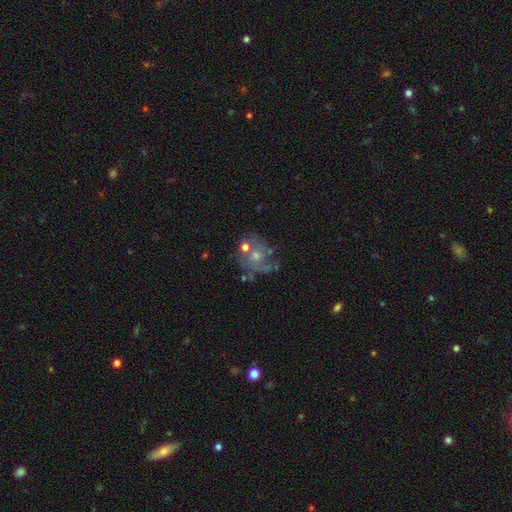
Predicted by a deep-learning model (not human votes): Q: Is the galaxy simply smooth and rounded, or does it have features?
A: featured or disk — 64%.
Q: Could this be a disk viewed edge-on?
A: no — 98%.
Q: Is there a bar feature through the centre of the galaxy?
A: no — 85%.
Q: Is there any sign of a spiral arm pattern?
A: yes — 60%.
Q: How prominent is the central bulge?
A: small — 49%.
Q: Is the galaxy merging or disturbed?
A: none — 47%.